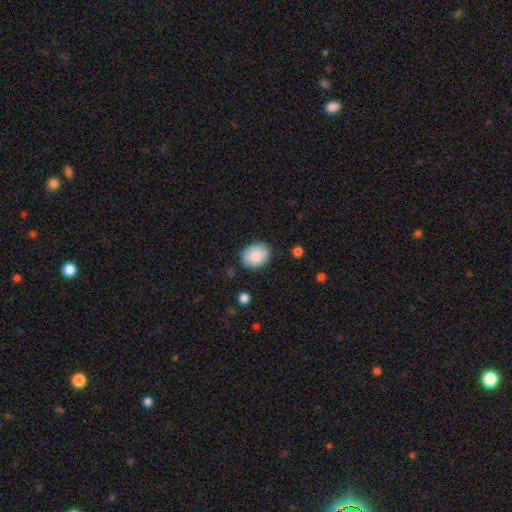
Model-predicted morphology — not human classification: type=smooth (86%); roundness=in between (58%); merging=none (82%).